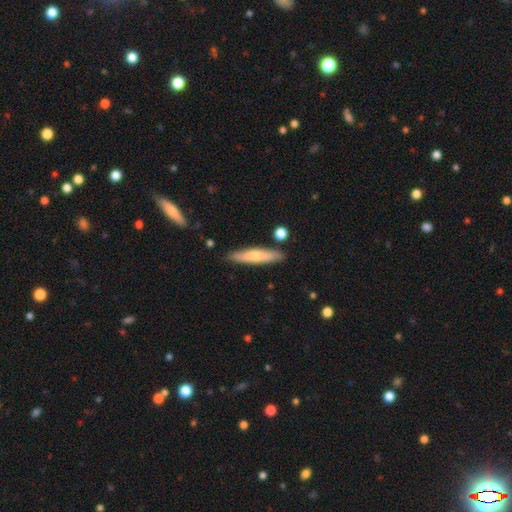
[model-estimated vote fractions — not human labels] Smooth or featured? Predicted: smooth (p=0.62). How rounded? Predicted: cigar-shaped (p=0.85). Merging? Predicted: none (p=0.85).